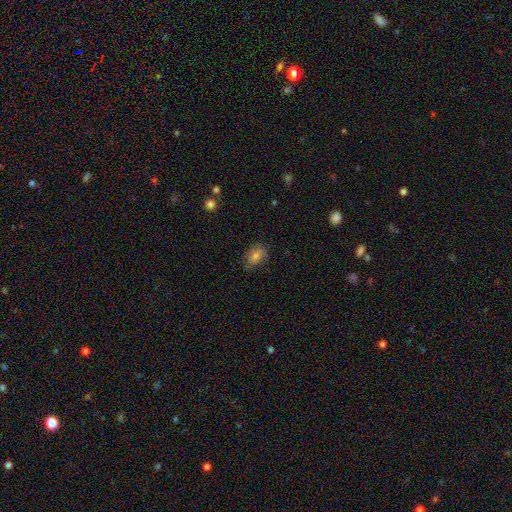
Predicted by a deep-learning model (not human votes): The model was most divided on "smooth or featured": smooth: 53%, featured or disk: 33%, star or artifact: 14%. More confident: how rounded — in between (72%); merging — none (72%).